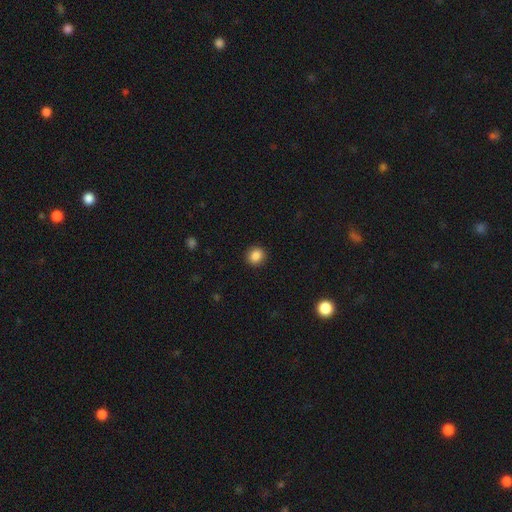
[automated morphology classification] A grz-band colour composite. It shows a smooth galaxy with no disk features (87%) that is round (86%). Merging: none (91%).